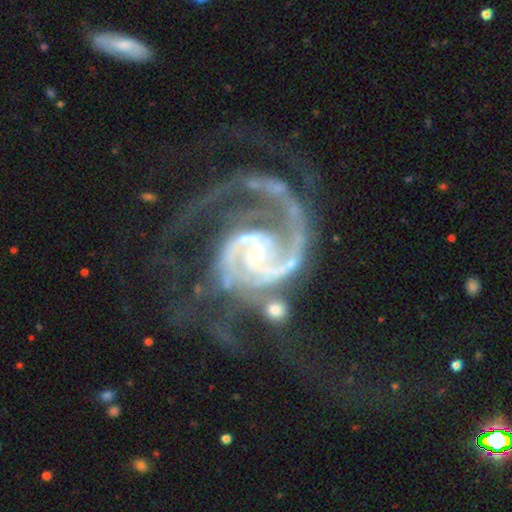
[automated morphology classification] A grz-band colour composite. It shows a featured or disk galaxy (92%) with no bar (59%), 2 (49%) medium (48%) spiral arms (97%) and a small central bulge (64%). Merging: major disturbance (41%).